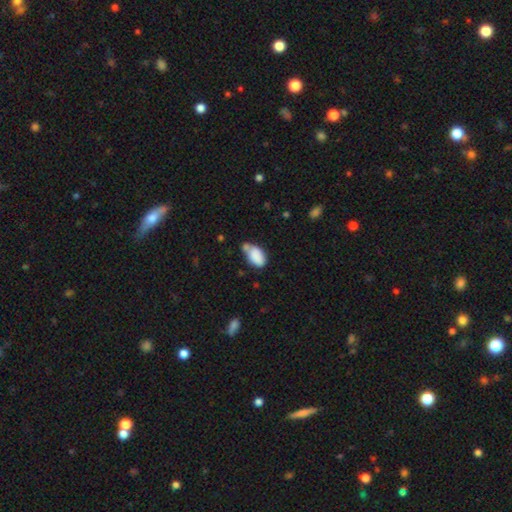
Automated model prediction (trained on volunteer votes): This appears to be a smooth galaxy with no disk features (84%) that is in between round and cigar-shaped (90%). Merging: none (42%).